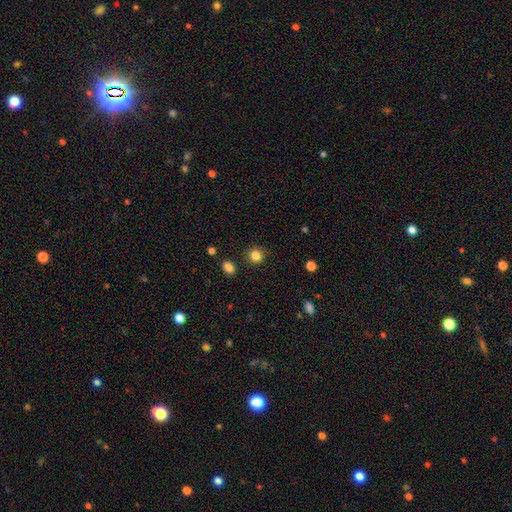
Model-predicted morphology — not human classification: type=smooth (84%); roundness=round (87%); merging=none (88%).